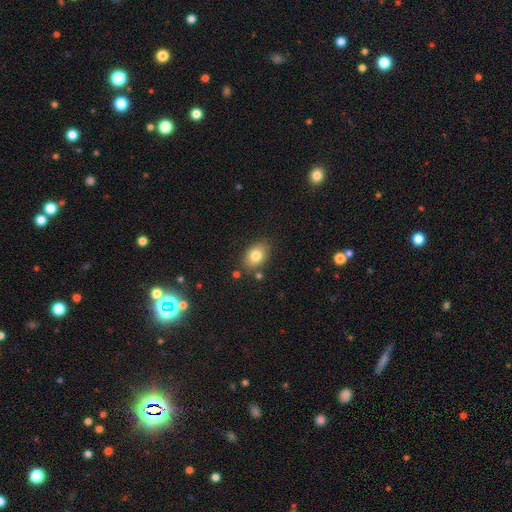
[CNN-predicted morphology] A smooth galaxy with no disk features (80%) that is in between round and cigar-shaped (81%). Merging: none (81%).